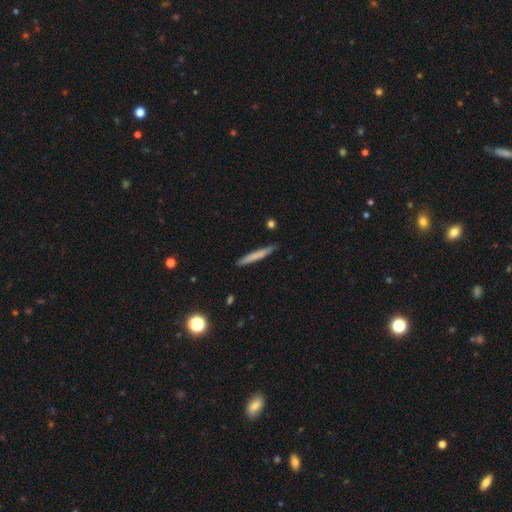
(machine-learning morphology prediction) A smooth galaxy with no disk features (69%) that is cigar-shaped (96%). Merging: none (89%).